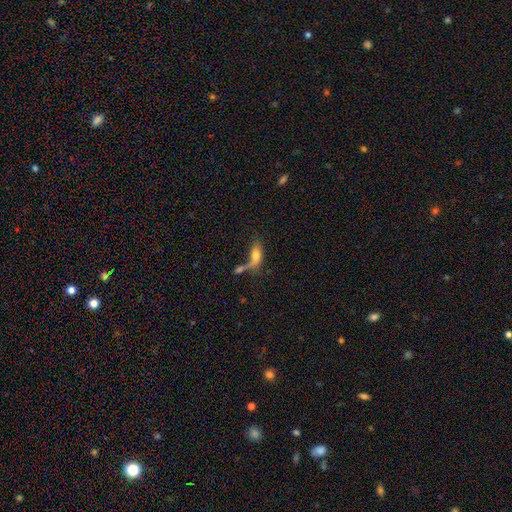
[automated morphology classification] smooth-or-featured: smooth: 66% | featured or disk: 25% | star or artifact: 10%
  how-rounded: in between: 68% | cigar-shaped: 26% | round: 7%
  merging: merger: 40% | none: 27% | major disturbance: 19% | minor disturbance: 14%